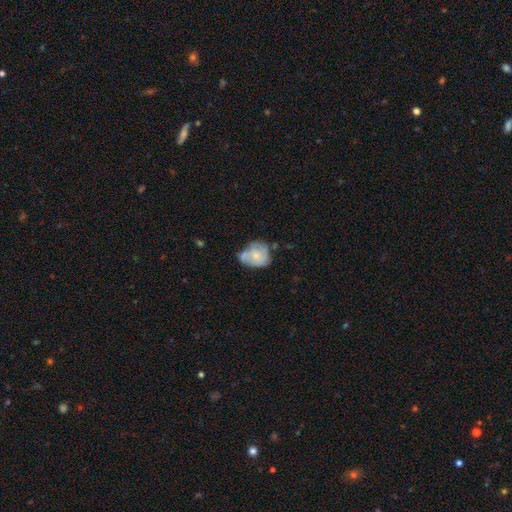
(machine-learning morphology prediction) The model was most divided on "merging": none: 37%, minor disturbance: 30%, merger: 19%, major disturbance: 13%. More confident: how rounded — round (56%); smooth or featured — smooth (54%).